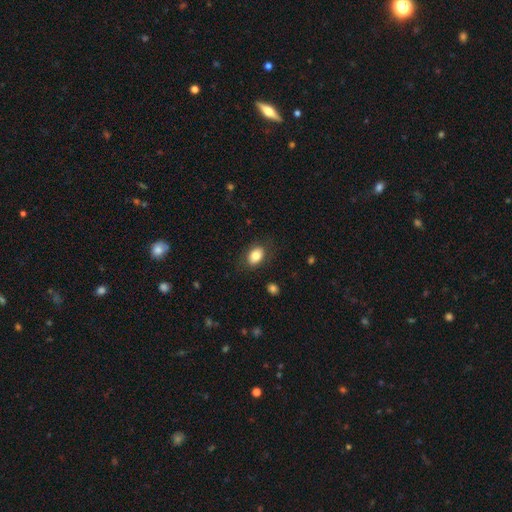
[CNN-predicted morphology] Smooth or featured?
  - smooth: 82% *
  - featured or disk: 10%
  - star or artifact: 8%
How rounded?
  - in between: 78% *
  - round: 21%
  - cigar-shaped: 1%
Merging?
  - none: 82% *
  - minor disturbance: 12%
  - major disturbance: 4%
  - merger: 1%